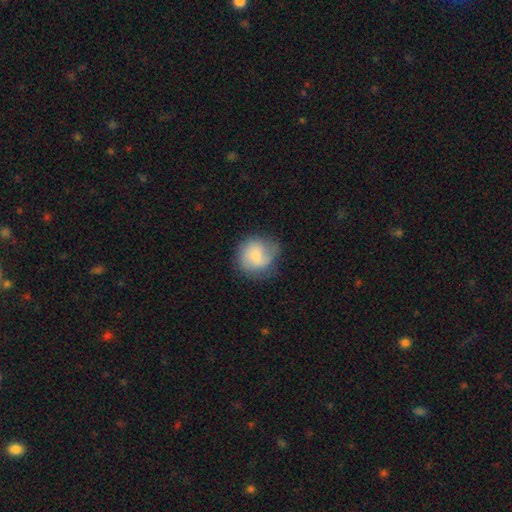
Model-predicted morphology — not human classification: smooth_or_featured: smooth (p=0.64) [alt: featured or disk p=0.29]
how_rounded: round (p=0.86) [alt: in between p=0.13]
merging: none (p=0.60) [alt: minor disturbance p=0.27]